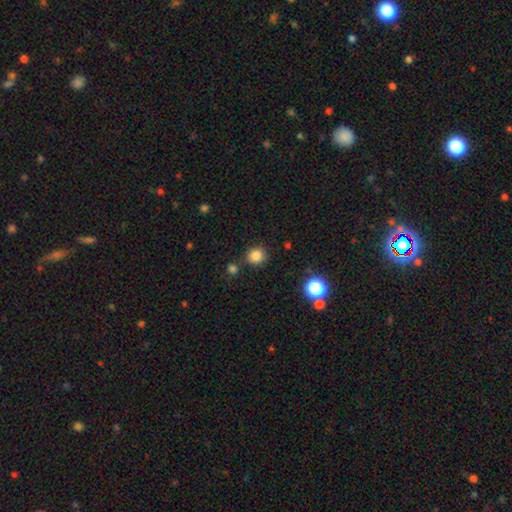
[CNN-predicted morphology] Q: Smooth or featured?
A: smooth (84%); runner-up: star or artifact (12%)
Q: How rounded?
A: round (88%); runner-up: in between (11%)
Q: Merging?
A: none (81%); runner-up: minor disturbance (9%)